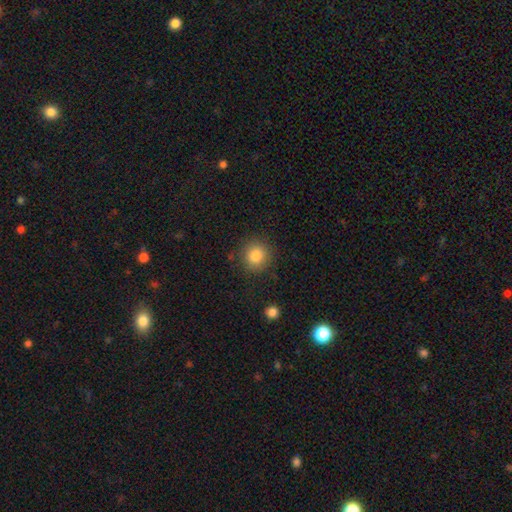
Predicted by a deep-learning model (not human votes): Morphology: type=smooth (84%); roundness=round (90%); merging=none (87%).